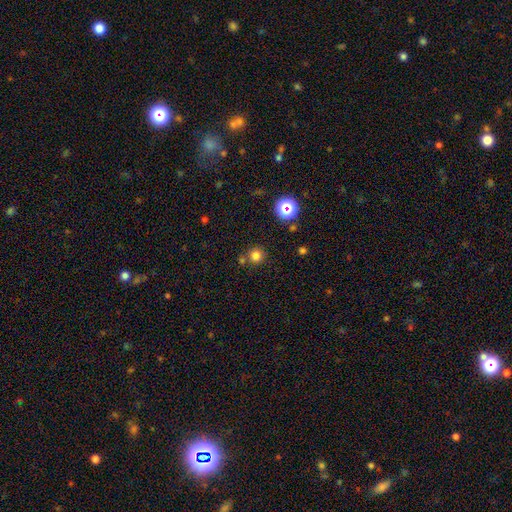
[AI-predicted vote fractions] Smooth or featured: smooth — 78% (star or artifact — 16%)
How rounded: round — 93% (in between — 6%)
Merging: none — 76% (merger — 12%)